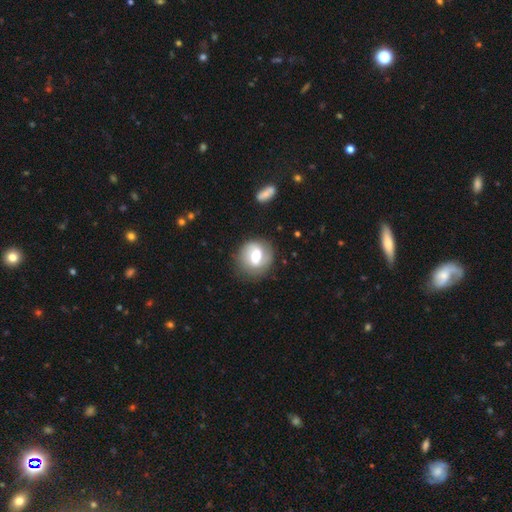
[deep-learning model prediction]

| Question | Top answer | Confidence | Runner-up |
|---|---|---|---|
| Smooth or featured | featured or disk | 51% | smooth (41%) |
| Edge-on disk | no | 96% | yes (4%) |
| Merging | none | 78% | minor disturbance (15%) |